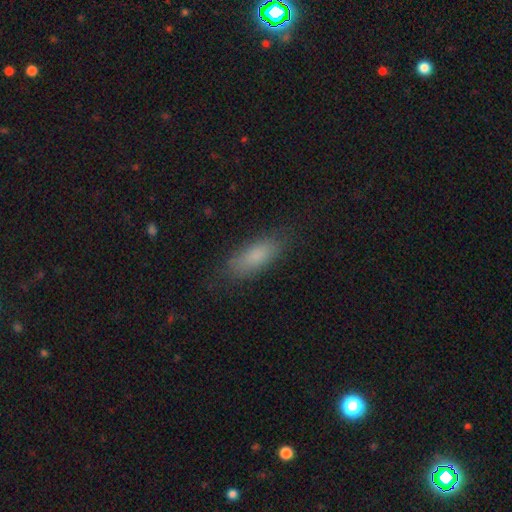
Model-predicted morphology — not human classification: Smooth or featured: smooth — 82% (featured or disk — 10%)
How rounded: in between — 70% (cigar-shaped — 28%)
Merging: none — 81% (minor disturbance — 14%)